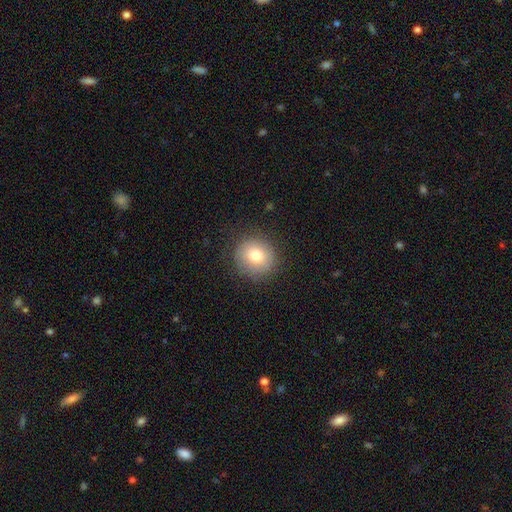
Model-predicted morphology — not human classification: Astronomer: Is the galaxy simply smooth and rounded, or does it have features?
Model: smooth — 77%.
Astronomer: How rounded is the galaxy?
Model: round — 89%.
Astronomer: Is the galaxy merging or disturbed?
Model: none — 86%.